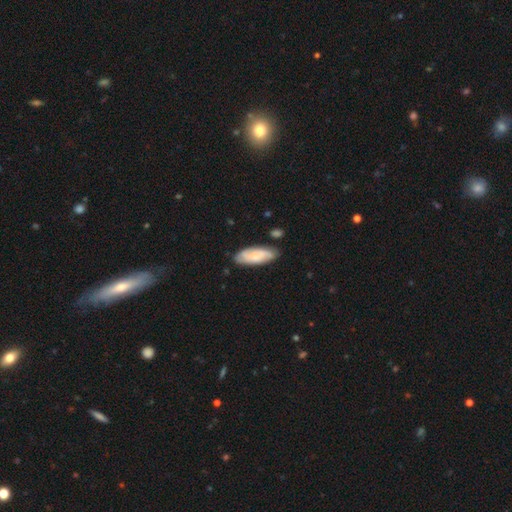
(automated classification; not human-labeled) Smooth or featured: smooth — 55% (featured or disk — 39%)
How rounded: in between — 74% (cigar-shaped — 24%)
Merging: none — 76% (minor disturbance — 18%)